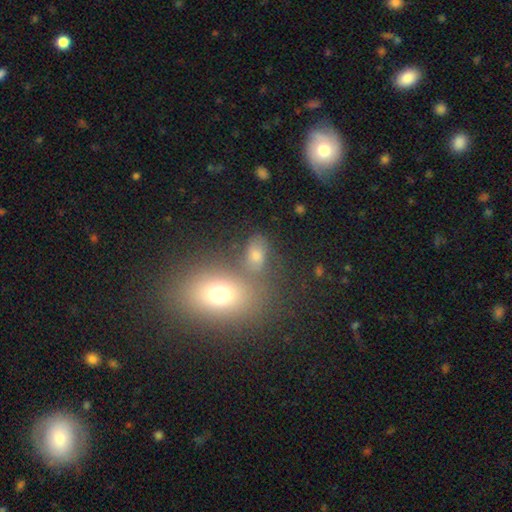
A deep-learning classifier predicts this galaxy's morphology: Overall: smooth (62%). How rounded: in between (72%). Merging: none (60%; merger 23%).